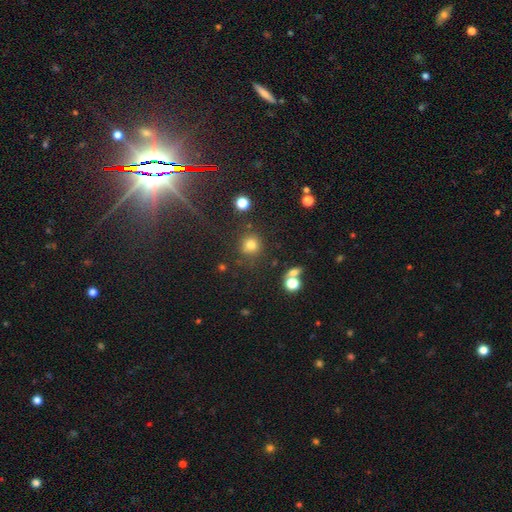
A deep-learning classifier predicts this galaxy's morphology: star or artifact 51%, smooth 38%, featured or disk 10%.